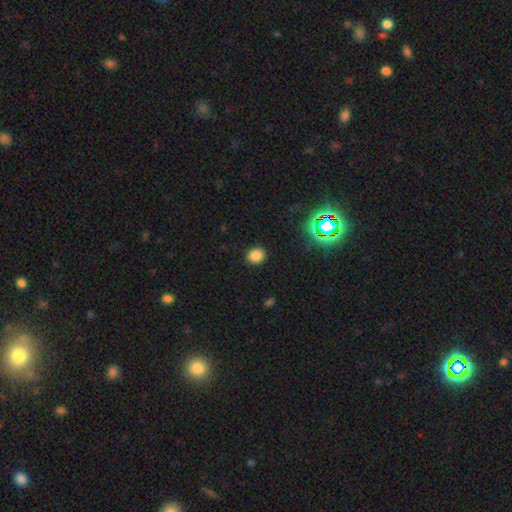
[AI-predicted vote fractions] Overall: smooth (81%). How rounded: round (64%; in between 35%). Merging: none (90%).